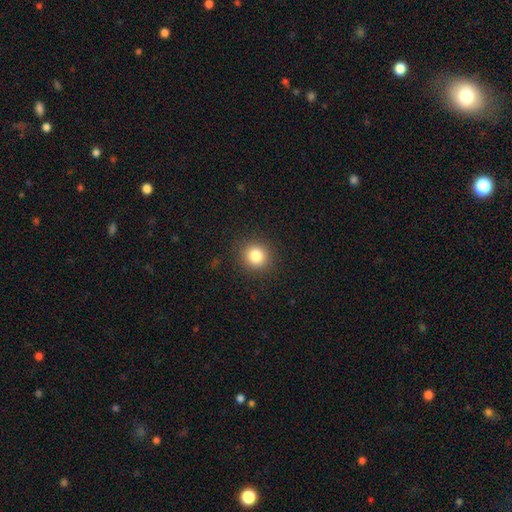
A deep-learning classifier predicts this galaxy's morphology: Smooth or featured: smooth — 82% (star or artifact — 12%)
How rounded: round — 91% (in between — 8%)
Merging: none — 90% (minor disturbance — 6%)